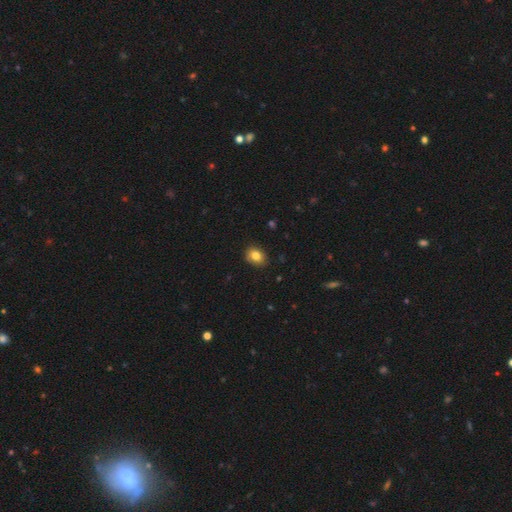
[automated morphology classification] This is clearly a smooth galaxy (83%). How rounded: possibly in between (57%). Merging: clearly none (87%).